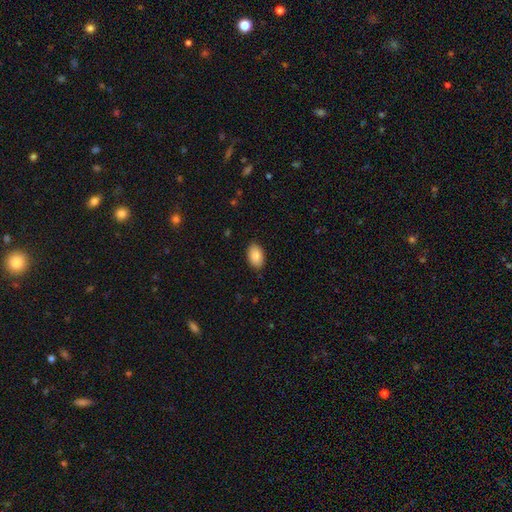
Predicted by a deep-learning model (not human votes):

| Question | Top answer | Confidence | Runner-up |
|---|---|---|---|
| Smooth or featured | smooth | 89% | star or artifact (6%) |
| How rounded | in between | 93% | round (6%) |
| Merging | none | 87% | minor disturbance (10%) |